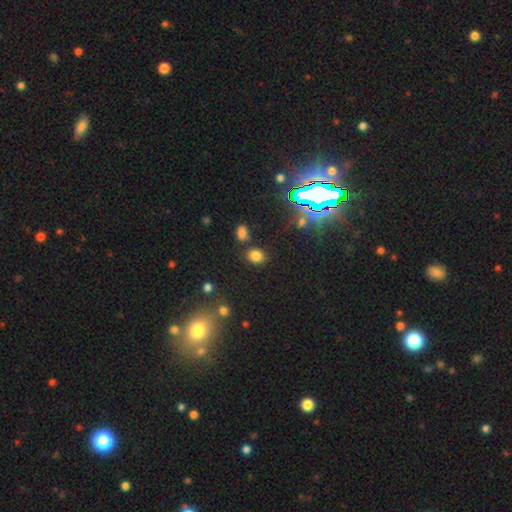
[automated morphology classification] type=smooth (73%); roundness=in between (53%); merging=none (78%).